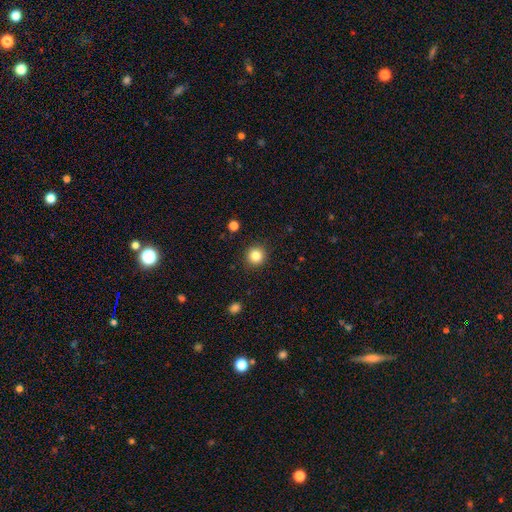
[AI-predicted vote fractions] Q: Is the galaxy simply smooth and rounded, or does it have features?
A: smooth — 84%.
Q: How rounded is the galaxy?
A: round — 94%.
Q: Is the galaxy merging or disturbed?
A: none — 91%.